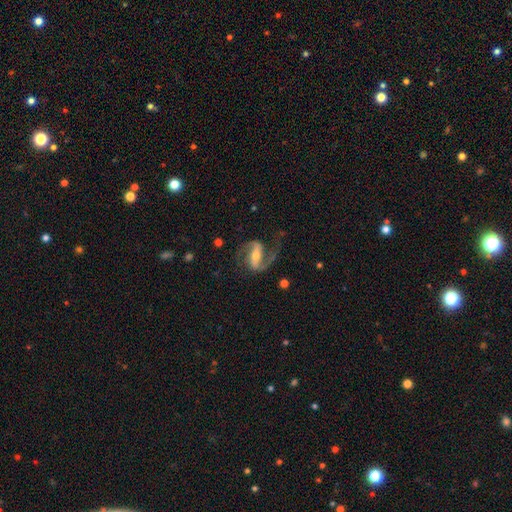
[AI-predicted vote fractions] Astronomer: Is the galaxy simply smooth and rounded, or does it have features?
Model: featured or disk — 90%.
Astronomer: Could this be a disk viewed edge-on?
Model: no — 97%.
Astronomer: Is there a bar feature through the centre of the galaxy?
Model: strong — 59%.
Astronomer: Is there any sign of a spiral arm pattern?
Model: yes — 97%.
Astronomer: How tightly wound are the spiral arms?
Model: medium — 55% (runner-up: loose, 31%).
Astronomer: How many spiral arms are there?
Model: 2 — 91%.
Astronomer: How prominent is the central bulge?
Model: moderate — 52% (runner-up: small, 40%).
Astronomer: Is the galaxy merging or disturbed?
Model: none — 73%.